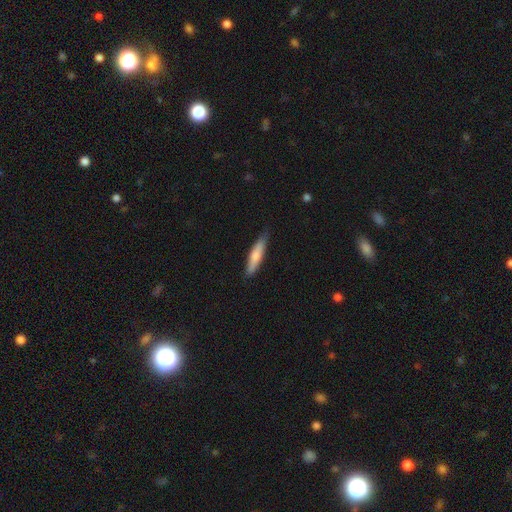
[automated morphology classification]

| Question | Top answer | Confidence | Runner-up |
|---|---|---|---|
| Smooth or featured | smooth | 74% | featured or disk (21%) |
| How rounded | cigar-shaped | 79% | in between (20%) |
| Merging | none | 81% | minor disturbance (15%) |